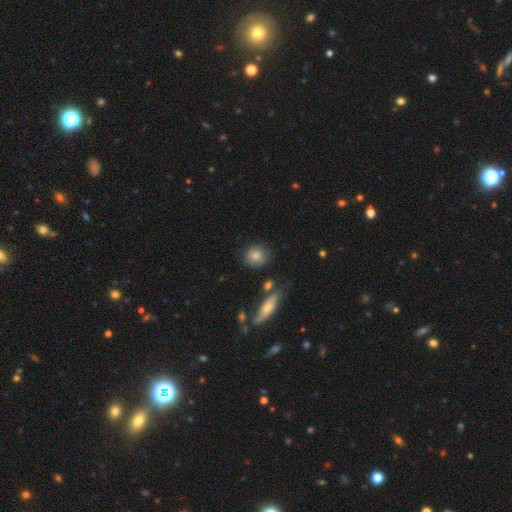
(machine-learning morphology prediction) This is clearly a smooth galaxy (81%). How rounded: likely round (75%). Merging: likely none (76%).